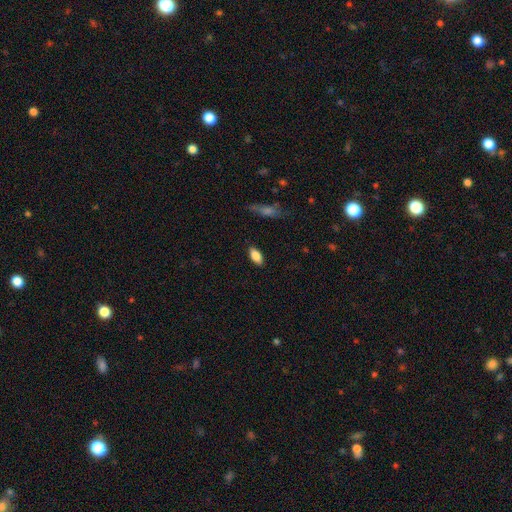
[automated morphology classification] Smooth or featured?
  - smooth: 85% *
  - featured or disk: 8%
  - star or artifact: 7%
How rounded?
  - in between: 89% *
  - cigar-shaped: 9%
  - round: 3%
Merging?
  - none: 87% *
  - minor disturbance: 10%
  - major disturbance: 2%
  - merger: 1%